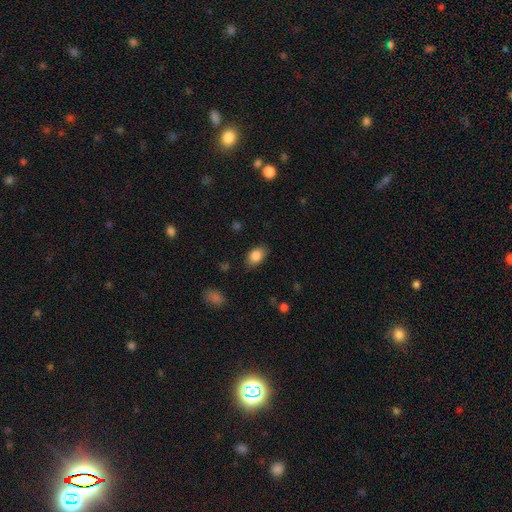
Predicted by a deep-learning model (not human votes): This is clearly a smooth galaxy (85%). How rounded: clearly in between (87%). Merging: clearly none (83%).